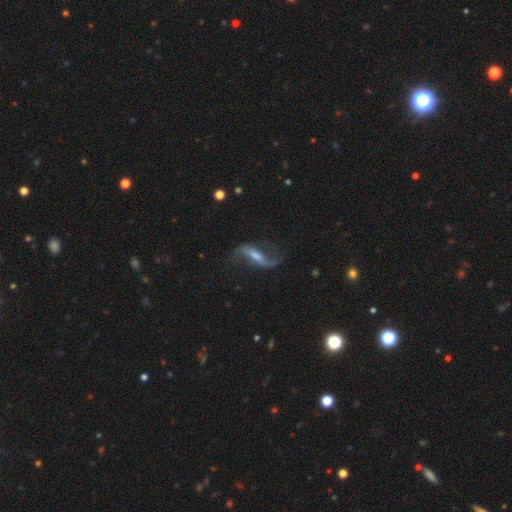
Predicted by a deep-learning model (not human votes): smooth-or-featured: featured or disk: 84% | smooth: 9% | star or artifact: 6%
  disk-edge-on: no: 92% | yes: 8%
    bar: strong: 44% | weak: 39% | no: 17%
    has-spiral-arms: yes: 95% | no: 5%
      spiral-winding: loose: 89% | medium: 9% | tight: 2%
      spiral-arm-count: 2: 93% | 1: 3% | can't tell: 2% | 3: 1% | 4: 1% | more than 4: 1%
    bulge-size: moderate: 32% | small: 31% | none: 27% | large: 8% | dominant: 2%
  merging: none: 70% | minor disturbance: 15% | major disturbance: 12% | merger: 3%